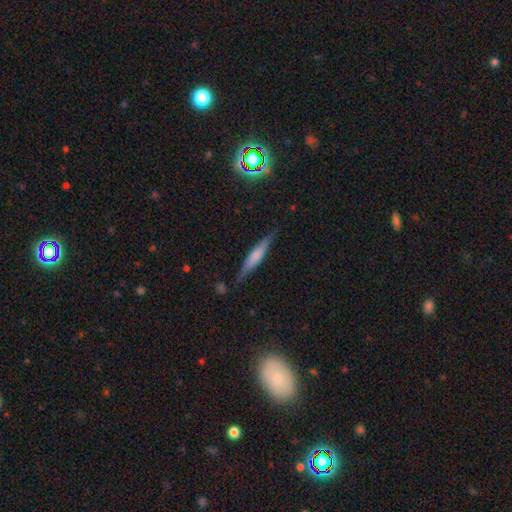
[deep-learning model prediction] This appears to be a smooth galaxy with no disk features (50%) that is cigar-shaped (89%). Merging: none (83%).